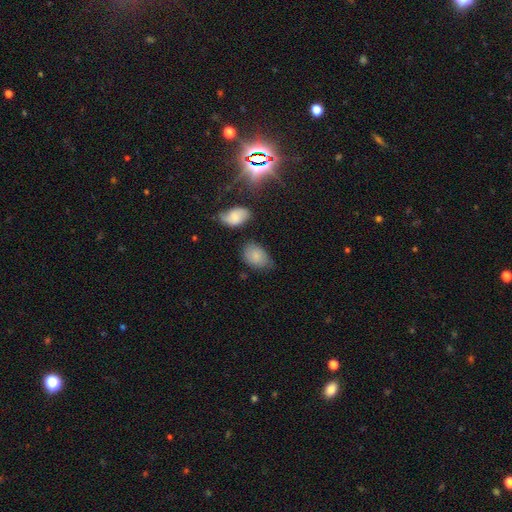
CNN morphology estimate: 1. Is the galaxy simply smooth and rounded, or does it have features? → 80% smooth, 11% featured or disk, 9% star or artifact.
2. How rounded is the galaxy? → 81% in between, 17% round, 1% cigar-shaped.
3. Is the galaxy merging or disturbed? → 57% none, 30% minor disturbance, 7% major disturbance, 6% merger.